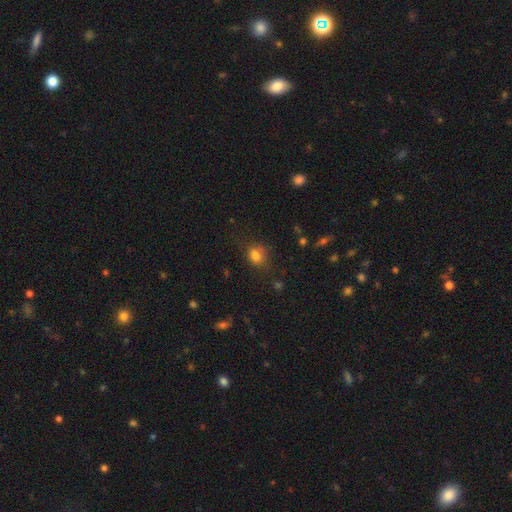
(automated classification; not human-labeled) Overall: smooth (78%). How rounded: round (49%, tied with in between). Merging: none (63%).